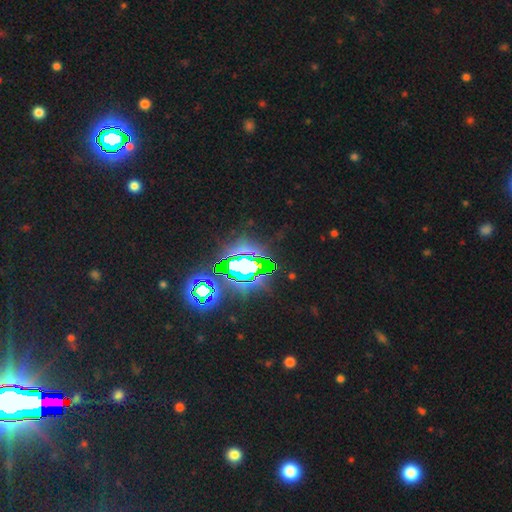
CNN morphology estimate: Smooth or featured?
  - star or artifact: 80% *
  - smooth: 10%
  - featured or disk: 10%